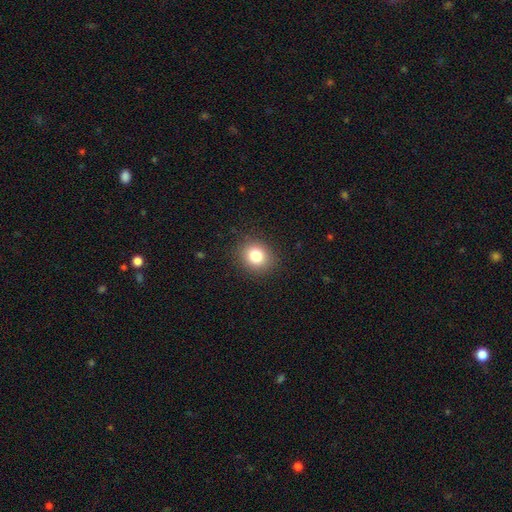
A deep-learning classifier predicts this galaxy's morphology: The model was most divided on "how rounded": round: 75%, in between: 24%, cigar-shaped: 1%. More confident: merging — none (89%); smooth or featured — smooth (81%).